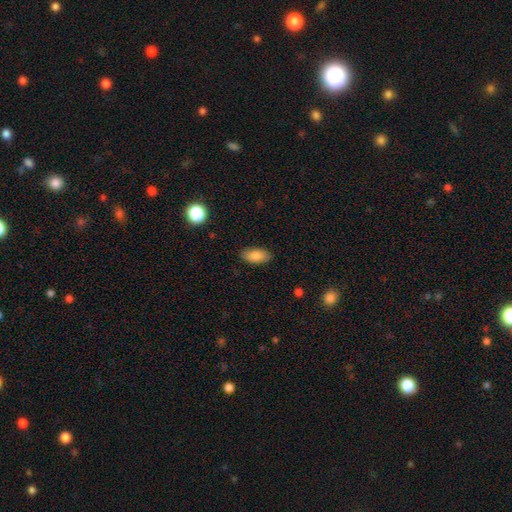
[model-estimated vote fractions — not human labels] smooth-or-featured: smooth: 83% | featured or disk: 10% | star or artifact: 8%
  how-rounded: in between: 90% | cigar-shaped: 7% | round: 3%
  merging: none: 88% | minor disturbance: 9% | major disturbance: 2% | merger: 1%